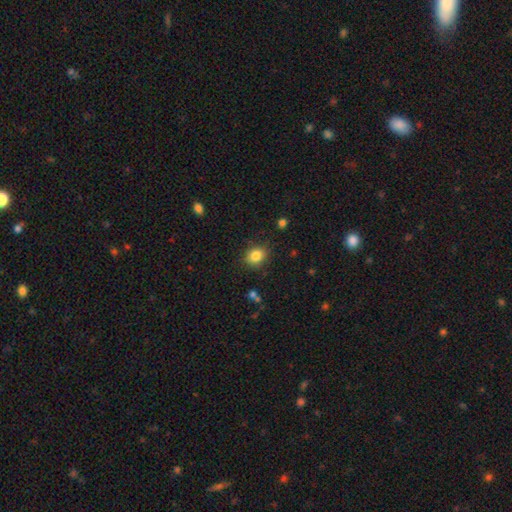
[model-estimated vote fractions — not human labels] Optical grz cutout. It shows a smooth galaxy with no disk features (84%) that is round (56%). Merging: none (84%).